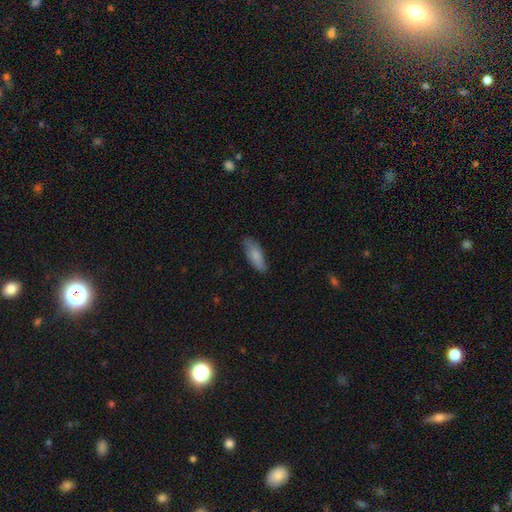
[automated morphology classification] smooth-or-featured: smooth: 79% | featured or disk: 15% | star or artifact: 6%
  how-rounded: in between: 69% | cigar-shaped: 29% | round: 2%
  merging: none: 78% | minor disturbance: 18% | major disturbance: 3% | merger: 1%